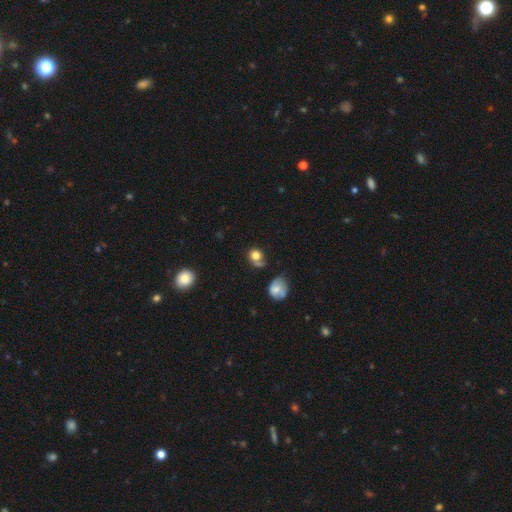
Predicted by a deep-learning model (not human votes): Smooth or featured?
  - smooth: 77% *
  - star or artifact: 12%
  - featured or disk: 11%
How rounded?
  - round: 76% *
  - in between: 23%
  - cigar-shaped: 1%
Merging?
  - none: 49% *
  - minor disturbance: 23%
  - merger: 14%
  - major disturbance: 14%